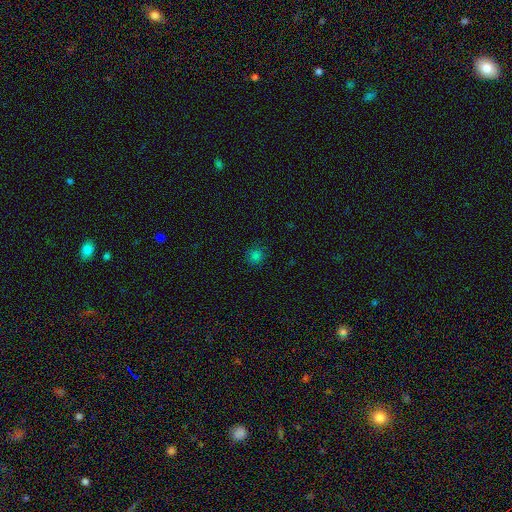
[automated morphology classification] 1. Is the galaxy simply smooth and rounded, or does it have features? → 79% smooth, 17% star or artifact, 4% featured or disk.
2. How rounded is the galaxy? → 90% round, 9% in between, 1% cigar-shaped.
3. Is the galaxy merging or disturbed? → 89% none, 8% minor disturbance, 2% major disturbance, 1% merger.